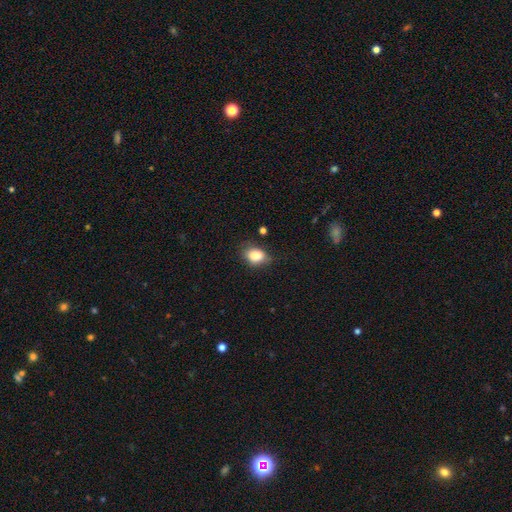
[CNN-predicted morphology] This is clearly a smooth galaxy (84%). How rounded: likely in between (71%). Merging: likely none (65%).